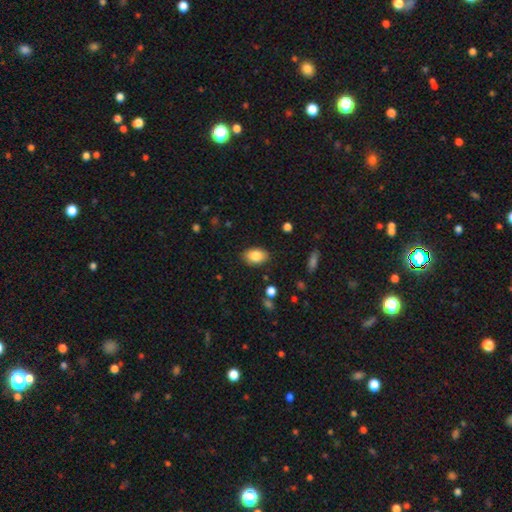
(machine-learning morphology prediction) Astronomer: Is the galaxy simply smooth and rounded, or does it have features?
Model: smooth — 84%.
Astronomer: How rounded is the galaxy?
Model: in between — 88%.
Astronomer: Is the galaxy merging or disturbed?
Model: none — 86%.